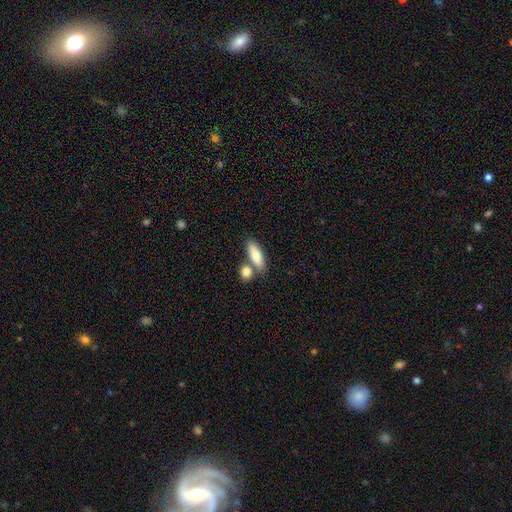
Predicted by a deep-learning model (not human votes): Smooth or featured?
  - smooth: 80% *
  - featured or disk: 15%
  - star or artifact: 6%
How rounded?
  - in between: 57% *
  - cigar-shaped: 38%
  - round: 5%
Merging?
  - none: 62% *
  - merger: 24%
  - minor disturbance: 11%
  - major disturbance: 3%